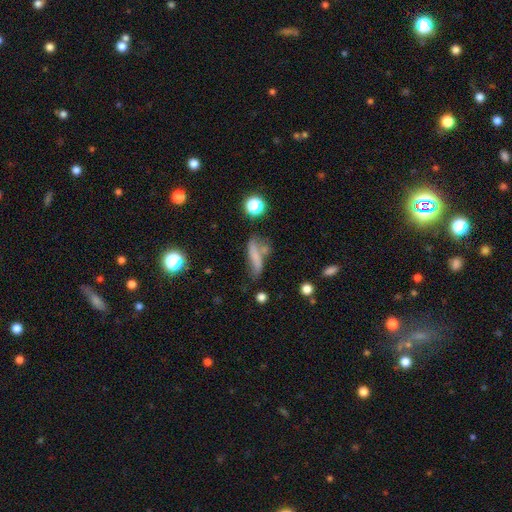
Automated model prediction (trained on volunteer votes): The model was most divided on "merging": none: 39%, minor disturbance: 26%, merger: 19%, major disturbance: 17%. More confident: how rounded — cigar-shaped (59%); smooth or featured — smooth (56%).